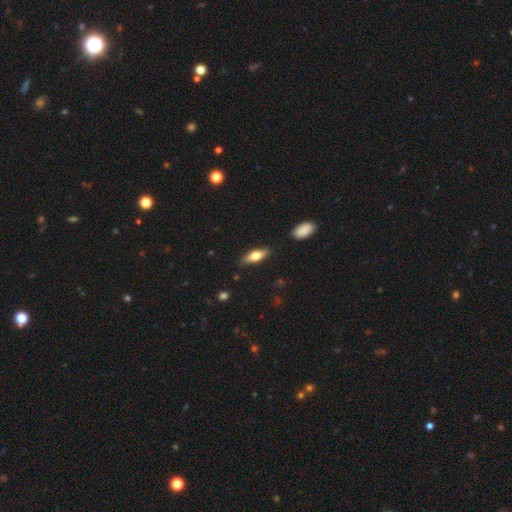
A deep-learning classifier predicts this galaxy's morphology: Smooth or featured? Predicted: smooth (p=0.65). How rounded? Predicted: in between (p=0.64). Merging? Predicted: none (p=0.82).